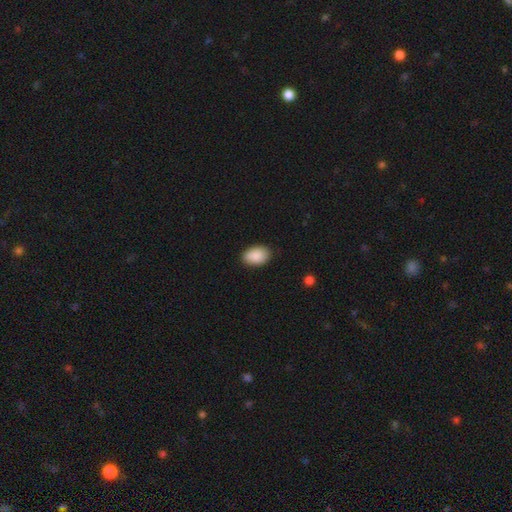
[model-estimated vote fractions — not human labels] A smooth galaxy with no disk features (90%) that is in between round and cigar-shaped (90%). Merging: none (87%).